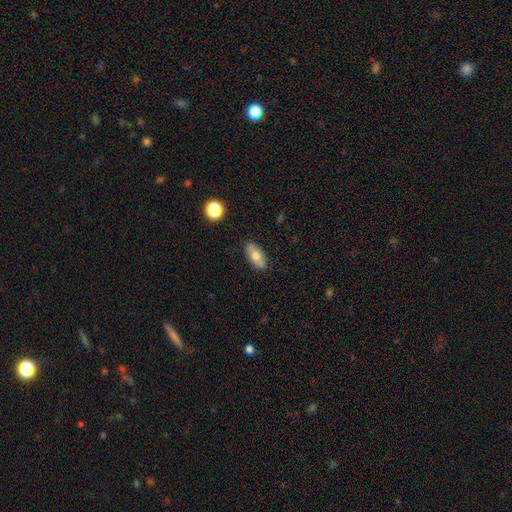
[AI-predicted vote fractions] A smooth galaxy with no disk features (72%) that is in between round and cigar-shaped (88%). Merging: none (86%).